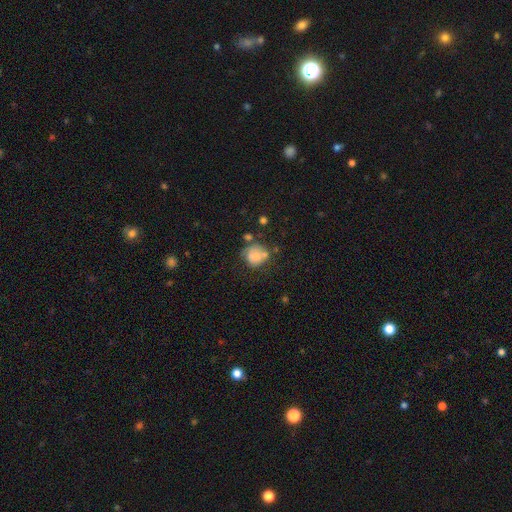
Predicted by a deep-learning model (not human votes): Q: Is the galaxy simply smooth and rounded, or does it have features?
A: smooth — 70%.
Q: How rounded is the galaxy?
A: round — 73%.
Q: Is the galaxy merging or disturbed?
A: none — 46%.